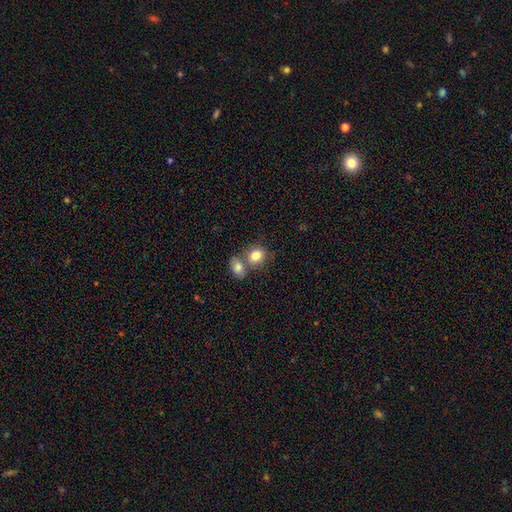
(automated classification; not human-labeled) smooth 82%, featured or disk 9%, star or artifact 8%. Down the decision tree: how rounded — round (58%); merging — none (45%).